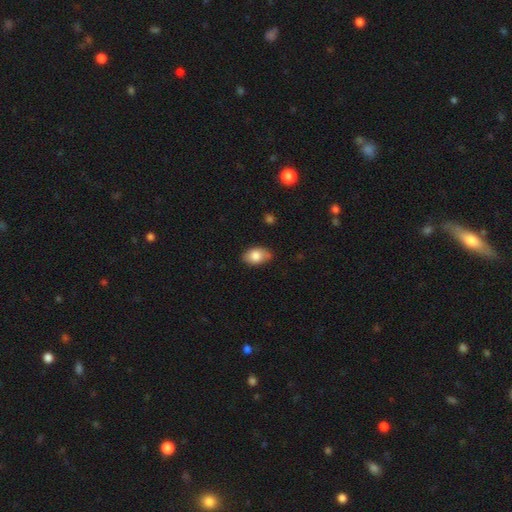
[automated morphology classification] type=smooth (82%); roundness=in between (88%); merging=none (76%).